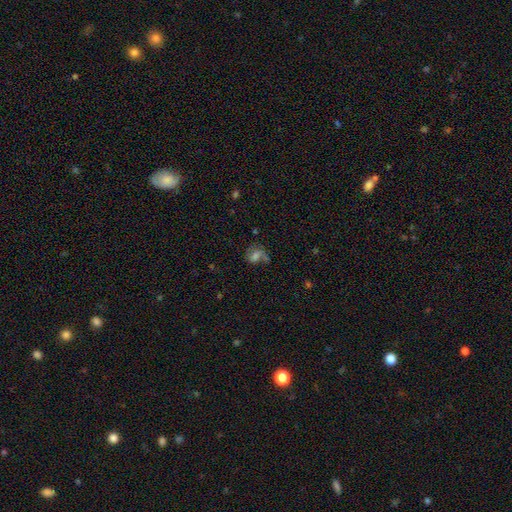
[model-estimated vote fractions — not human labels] This is marginally a smooth galaxy (42%). Merging: marginally none (42%).